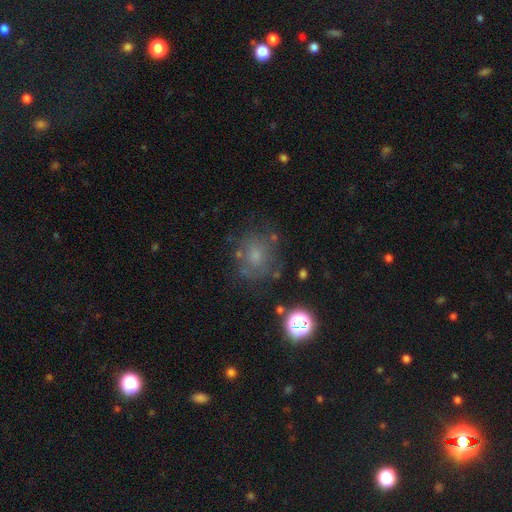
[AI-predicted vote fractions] smooth 53%, featured or disk 25%, star or artifact 22%. Down the decision tree: how rounded — round (80%); merging — none (67%).